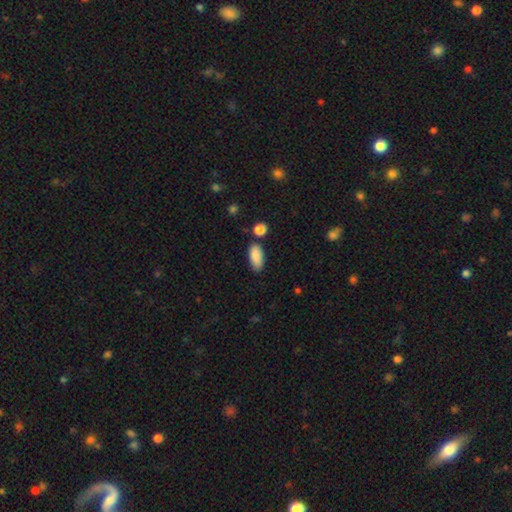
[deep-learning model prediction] Overall: smooth (89%). How rounded: in between (89%). Merging: none (74%).